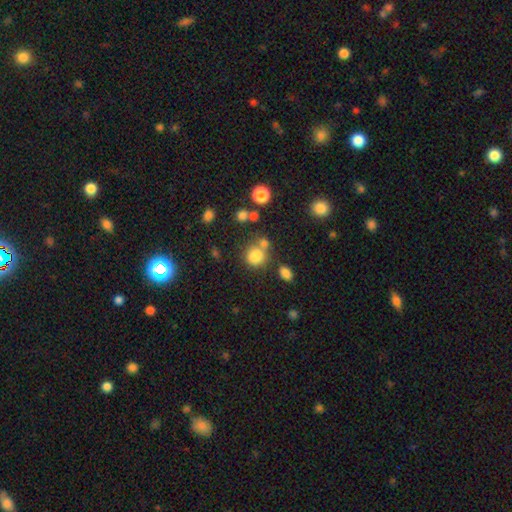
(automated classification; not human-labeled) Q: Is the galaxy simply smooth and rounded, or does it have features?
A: smooth — 80%.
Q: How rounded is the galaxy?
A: round — 73%.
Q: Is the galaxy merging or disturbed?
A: none — 56%.